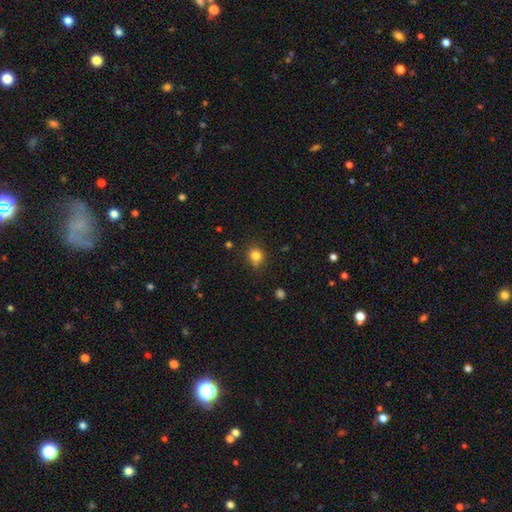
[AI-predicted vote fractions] This appears to be a smooth galaxy with no disk features (82%) that is round (80%). Merging: none (78%).